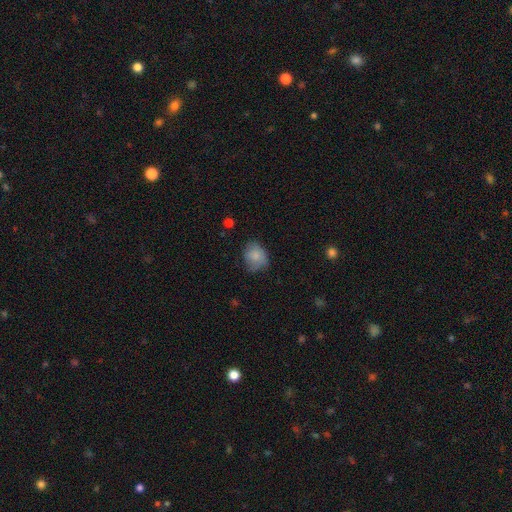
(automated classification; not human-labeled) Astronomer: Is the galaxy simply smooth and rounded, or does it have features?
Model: smooth — 81%.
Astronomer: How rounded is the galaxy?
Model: round — 50% (runner-up: in between, 49%).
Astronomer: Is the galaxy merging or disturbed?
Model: none — 61%.